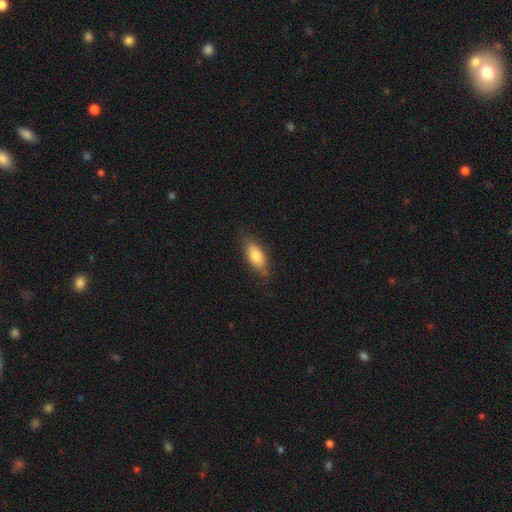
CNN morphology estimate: smooth-or-featured: smooth: 77% | featured or disk: 16% | star or artifact: 7%
  how-rounded: in between: 83% | cigar-shaped: 14% | round: 3%
  merging: none: 74% | minor disturbance: 20% | major disturbance: 4% | merger: 2%